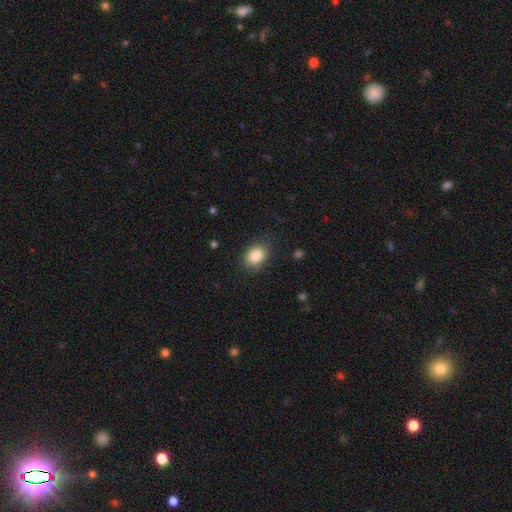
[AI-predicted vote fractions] Overall: smooth (86%). How rounded: in between (66%; round 33%). Merging: none (82%).